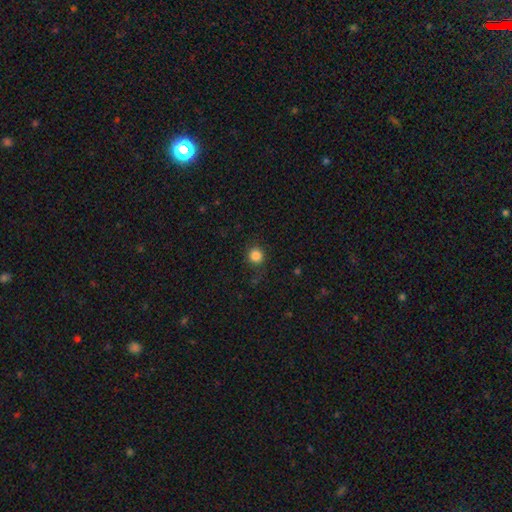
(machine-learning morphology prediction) This appears to be a smooth galaxy with no disk features (84%) that is round (92%). Merging: none (86%).